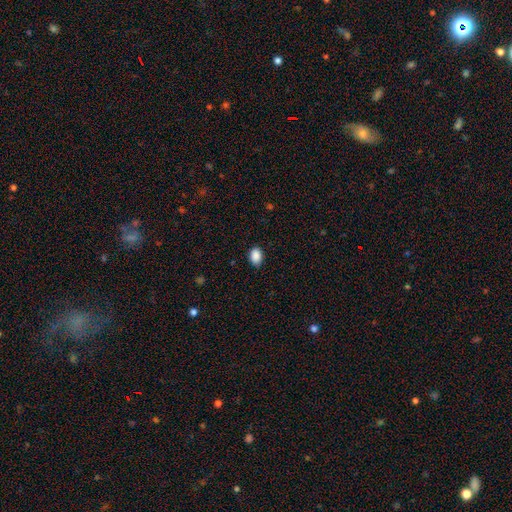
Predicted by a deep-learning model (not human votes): smooth-or-featured: smooth: 90% | star or artifact: 8% | featured or disk: 3%
  how-rounded: in between: 82% | round: 16% | cigar-shaped: 1%
  merging: none: 83% | minor disturbance: 14% | major disturbance: 2% | merger: 1%